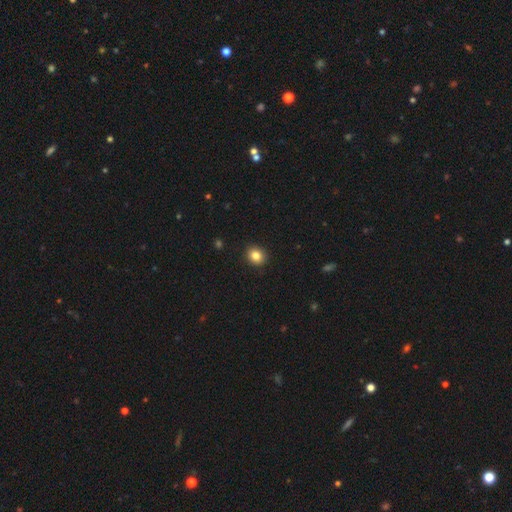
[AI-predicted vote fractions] This is clearly a smooth galaxy (83%). How rounded: likely round (74%). Merging: clearly none (91%).